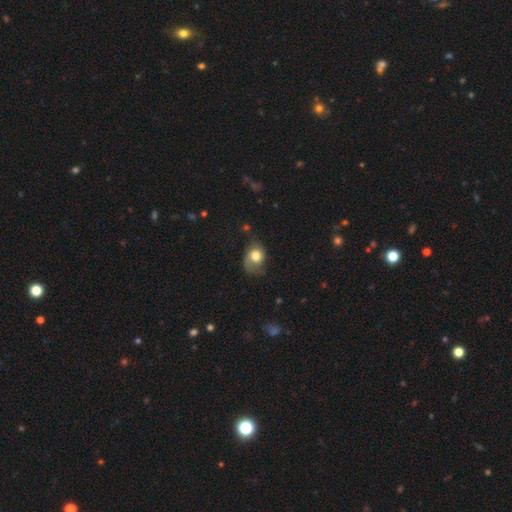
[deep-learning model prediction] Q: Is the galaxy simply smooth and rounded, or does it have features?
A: smooth — 67%.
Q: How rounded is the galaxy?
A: in between — 57%.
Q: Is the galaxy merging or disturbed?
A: none — 49%.